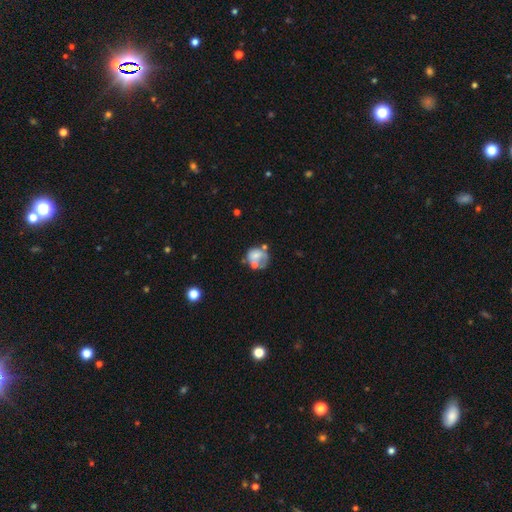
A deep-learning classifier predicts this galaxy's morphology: The model was most divided on "merging": none: 33%, merger: 25%, minor disturbance: 22%, major disturbance: 20%. More confident: how rounded — round (66%); smooth or featured — smooth (54%).